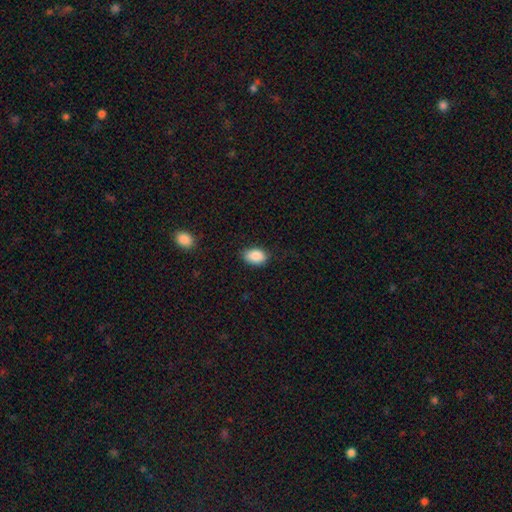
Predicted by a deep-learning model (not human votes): A smooth galaxy with no disk features (88%) that is in between round and cigar-shaped (86%).

Vote fractions:
- Smooth or featured? smooth: 88% / star or artifact: 7% / featured or disk: 5%
- How rounded? in between: 86% / round: 13% / cigar-shaped: 1%
- Merging? none: 84% / minor disturbance: 13% / major disturbance: 3% / merger: 1%